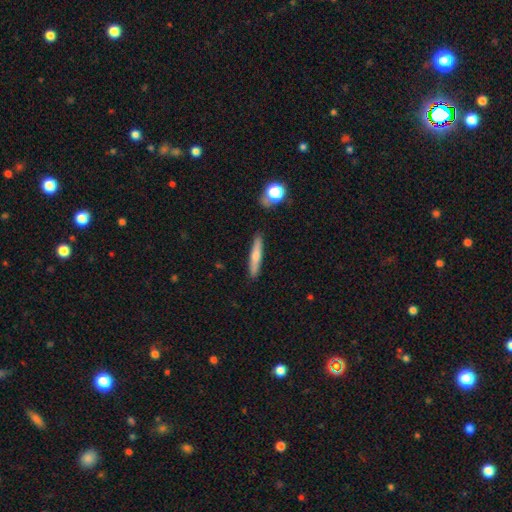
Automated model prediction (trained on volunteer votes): smooth-or-featured: smooth: 52% | featured or disk: 41% | star or artifact: 8%
  how-rounded: cigar-shaped: 91% | in between: 7% | round: 2%
  merging: none: 89% | minor disturbance: 8% | major disturbance: 2% | merger: 2%